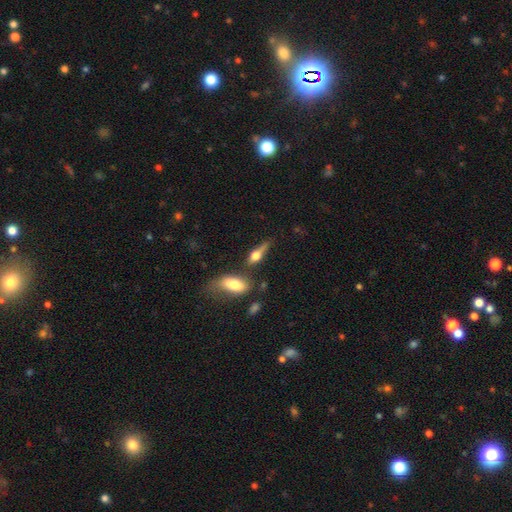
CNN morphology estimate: smooth 54%, featured or disk 37%, star or artifact 9%. Down the decision tree: how rounded — in between (52%); merging — none (45%).